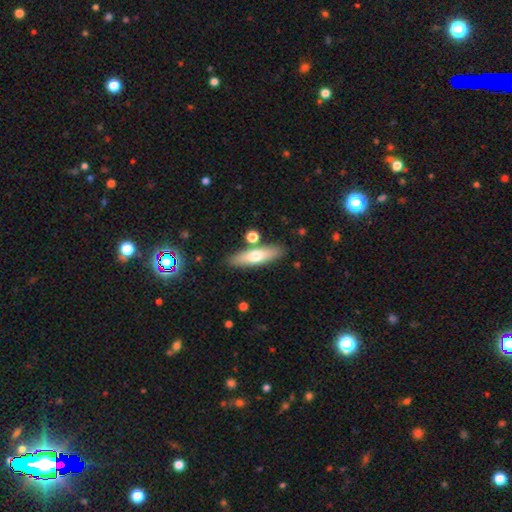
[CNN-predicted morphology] Overall: smooth (62%; featured or disk 32%). How rounded: cigar-shaped (64%; in between 34%). Merging: none (82%).